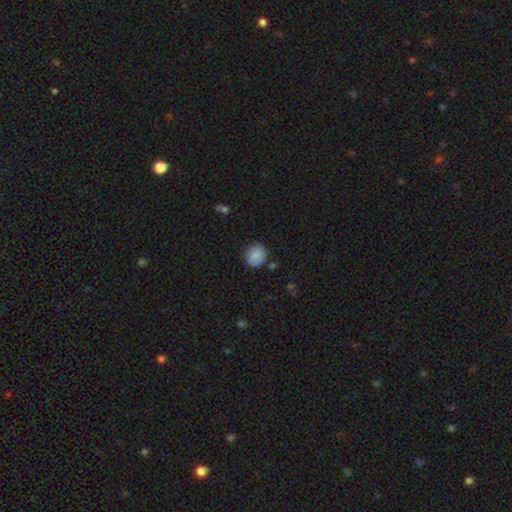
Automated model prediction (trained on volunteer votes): Smooth or featured? Predicted: smooth (p=0.87). How rounded? Predicted: round (p=0.80). Merging? Predicted: none (p=0.83).